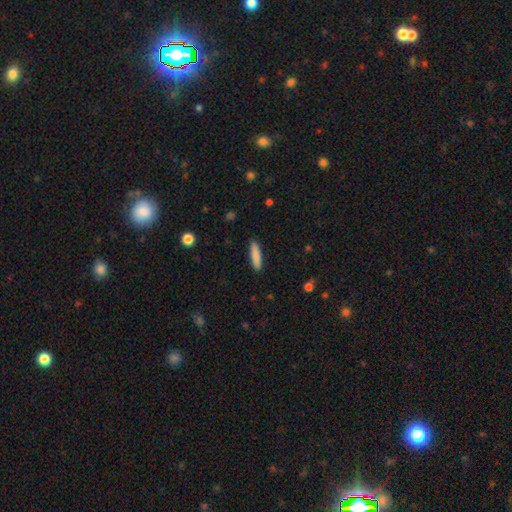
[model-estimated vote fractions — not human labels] smooth 86%, featured or disk 8%, star or artifact 6%. Down the decision tree: how rounded — cigar-shaped (82%); merging — none (90%).